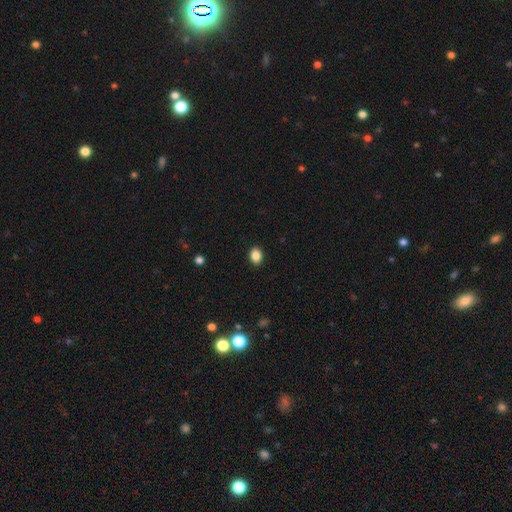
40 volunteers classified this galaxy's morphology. Smooth or featured? 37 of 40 (92%) said smooth. How rounded? 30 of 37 (81%) said in between. Merging? 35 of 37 (95%) said none.